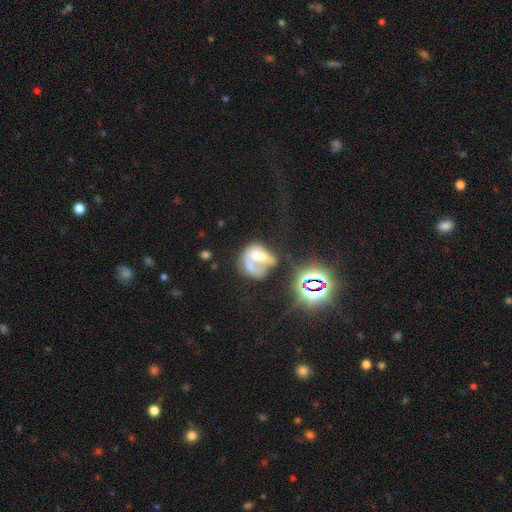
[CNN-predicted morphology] type=featured or disk (54%); edge-on=no (97%); bar=no (84%); spiral arms=no (73%); bulge=moderate (53%); merging=merger (58%).